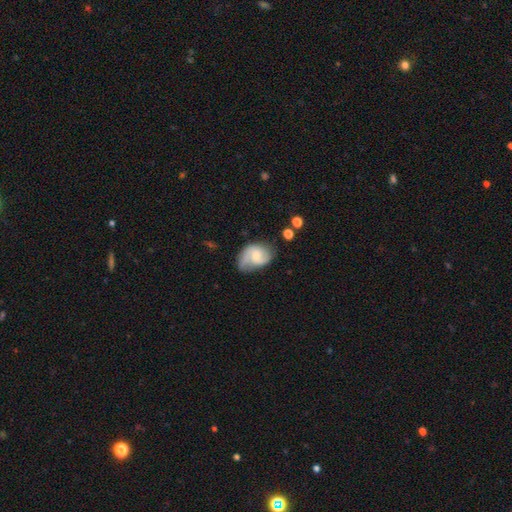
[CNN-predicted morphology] The model was most divided on "spiral winding": medium: 46%, loose: 33%, tight: 21%. More confident: edge-on disk — no (97%); spiral arms — yes (92%); spiral arm count — 2 (77%); smooth or featured — featured or disk (66%); merging — none (55%); bar — no (54%); bulge size — small (51%).